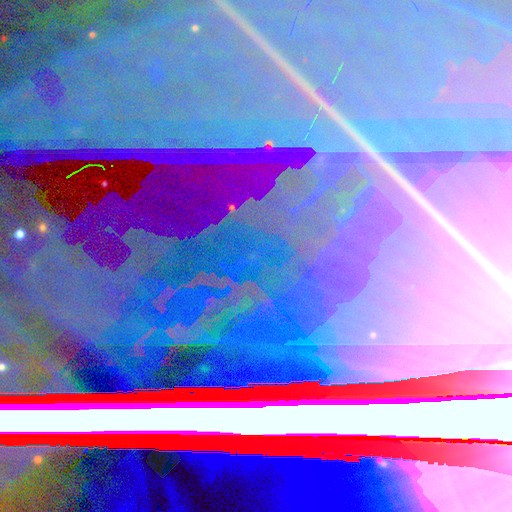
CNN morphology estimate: smooth-or-featured: star or artifact: 82% | featured or disk: 11% | smooth: 7%